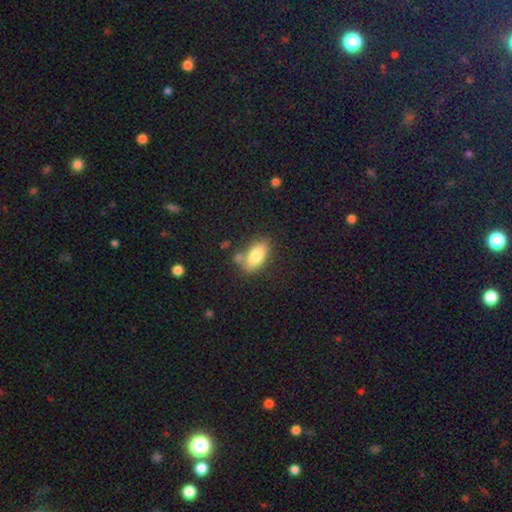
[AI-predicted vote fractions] This is clearly a smooth galaxy (81%). How rounded: clearly in between (89%). Merging: likely none (68%).